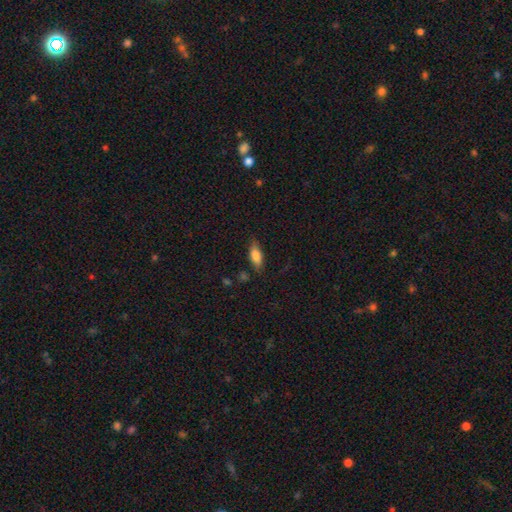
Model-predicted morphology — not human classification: Q: Smooth or featured?
A: smooth (75%); runner-up: featured or disk (17%)
Q: How rounded?
A: in between (72%); runner-up: cigar-shaped (25%)
Q: Merging?
A: none (74%); runner-up: minor disturbance (19%)